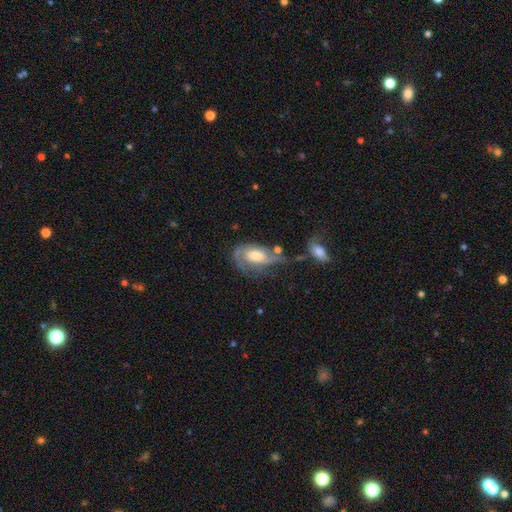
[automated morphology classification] Smooth or featured? featured or disk (69%)
Edge-on disk? no (95%)
Bar? no (55%)
Spiral arms? yes (85%)
Spiral winding? medium (42%)
Spiral arm count? 2 (53%)
Bulge size? moderate (56%)
Merging? none (34%)